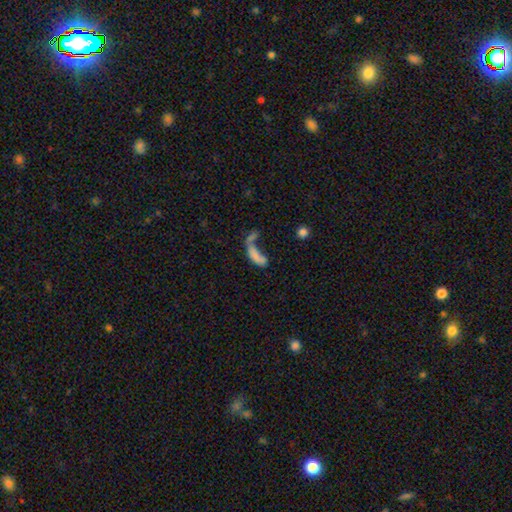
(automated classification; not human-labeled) The model was most divided on "merging": merger: 40%, major disturbance: 27%, none: 21%, minor disturbance: 12%. More confident: smooth or featured — smooth (64%); how rounded — in between (56%).